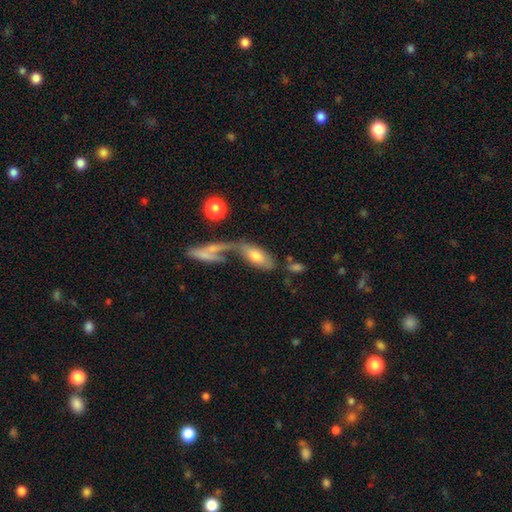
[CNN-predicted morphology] Smooth or featured: smooth — 65% (featured or disk — 28%)
How rounded: in between — 78% (cigar-shaped — 19%)
Merging: merger — 44% (none — 29%)